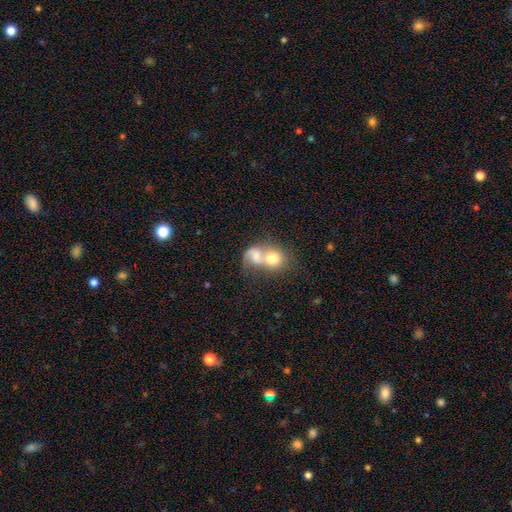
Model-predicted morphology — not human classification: Smooth or featured: smooth — 59% (featured or disk — 33%)
How rounded: round — 62% (in between — 36%)
Merging: merger — 79% (none — 11%)